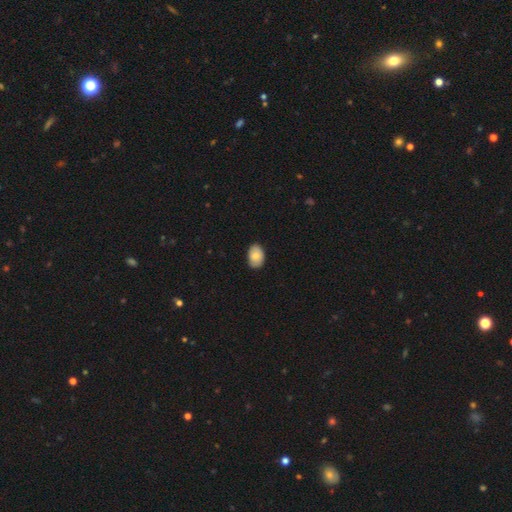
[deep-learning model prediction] A smooth galaxy with no disk features (81%) that is in between round and cigar-shaped (86%).

Vote fractions:
- Smooth or featured? smooth: 81% / featured or disk: 12% / star or artifact: 7%
- How rounded? in between: 86% / round: 13% / cigar-shaped: 1%
- Merging? none: 85% / minor disturbance: 12% / major disturbance: 2% / merger: 1%